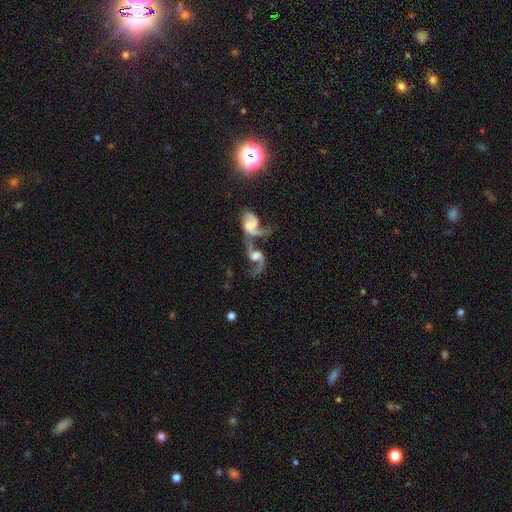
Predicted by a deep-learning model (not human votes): Smooth or featured?
  - featured or disk: 82% *
  - smooth: 11%
  - star or artifact: 7%
Edge-on disk?
  - no: 95% *
  - yes: 5%
Bar?
  - no: 49% *
  - weak: 37%
  - strong: 14%
Spiral arms?
  - yes: 93% *
  - no: 7%
Spiral winding?
  - loose: 68% *
  - medium: 26%
  - tight: 6%
Spiral arm count?
  - 2: 86% *
  - 1: 7%
  - can't tell: 3%
  - 3: 1%
  - 4: 1%
  - more than 4: 1%
Bulge size?
  - moderate: 44% *
  - large: 24%
  - small: 19%
  - none: 10%
  - dominant: 3%
Merging?
  - merger: 66% *
  - none: 16%
  - major disturbance: 11%
  - minor disturbance: 7%